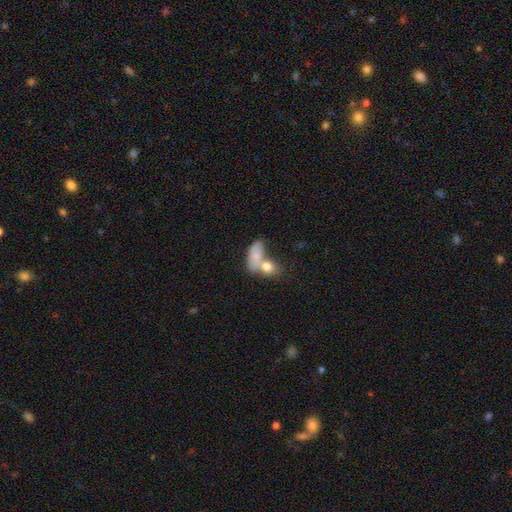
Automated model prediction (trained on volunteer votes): This is likely a smooth galaxy (76%). How rounded: clearly in between (83%). Merging: possibly merger (55%).